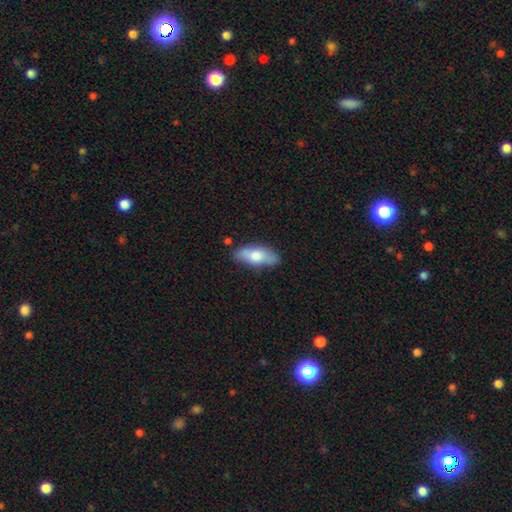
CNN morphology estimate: This appears to be a smooth galaxy with no disk features (66%) that is in between round and cigar-shaped (68%). Merging: none (78%).